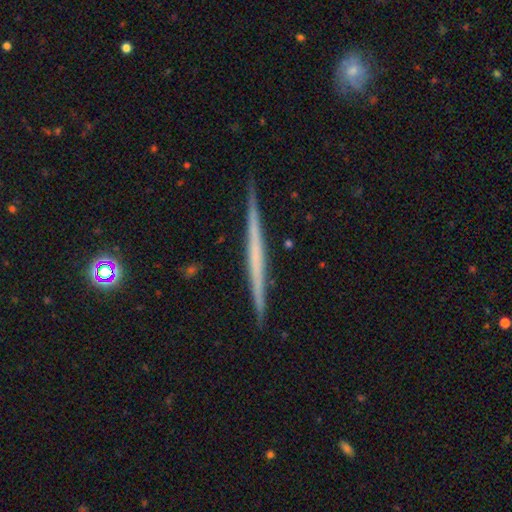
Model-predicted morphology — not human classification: smooth-or-featured: featured or disk: 62% | smooth: 33% | star or artifact: 6%
  disk-edge-on: yes: 98% | no: 2%
    edge-on-bulge: none: 91% | rounded: 6% | boxy: 3%
  merging: none: 92% | minor disturbance: 6% | major disturbance: 1% | merger: 1%